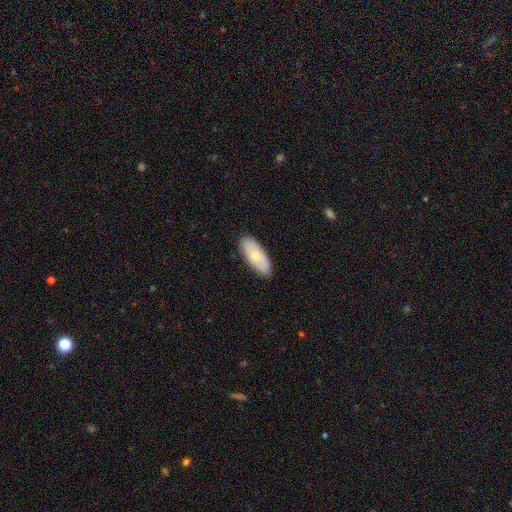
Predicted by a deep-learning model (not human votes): Smooth or featured? Predicted: smooth (p=0.61). How rounded? Predicted: in between (p=0.83). Merging? Predicted: none (p=0.86).